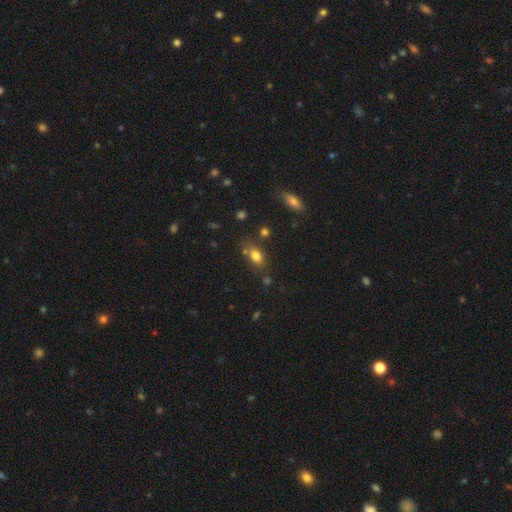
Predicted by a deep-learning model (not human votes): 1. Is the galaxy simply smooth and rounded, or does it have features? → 78% smooth, 11% star or artifact, 11% featured or disk.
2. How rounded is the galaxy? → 79% in between, 15% round, 5% cigar-shaped.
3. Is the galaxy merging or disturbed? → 66% none, 17% minor disturbance, 12% merger, 5% major disturbance.